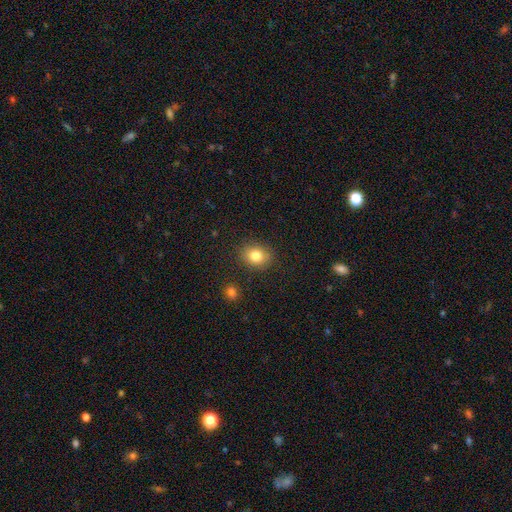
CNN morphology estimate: type=smooth (81%); roundness=round (59%); merging=none (86%).